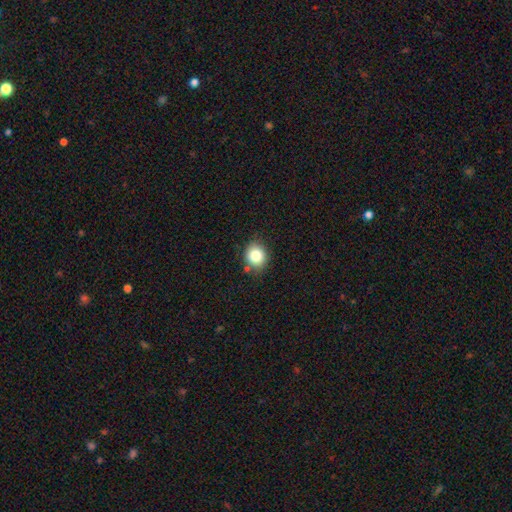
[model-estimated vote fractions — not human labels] smooth 82%, star or artifact 10%, featured or disk 8%. Down the decision tree: how rounded — round (71%); merging — none (78%).